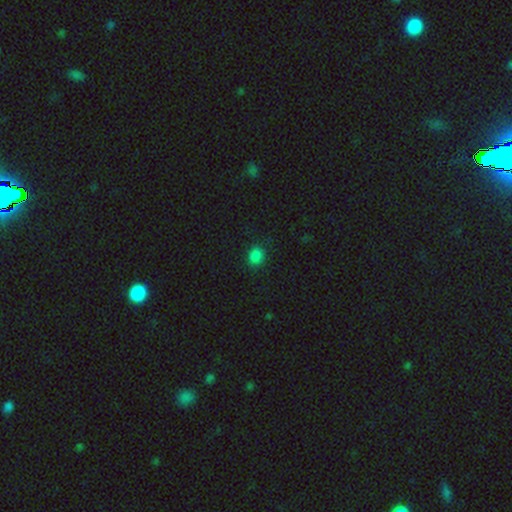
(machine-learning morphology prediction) Smooth or featured?
  - smooth: 83% *
  - star or artifact: 14%
  - featured or disk: 3%
How rounded?
  - round: 68% *
  - in between: 31%
  - cigar-shaped: 1%
Merging?
  - none: 87% *
  - minor disturbance: 9%
  - major disturbance: 3%
  - merger: 1%